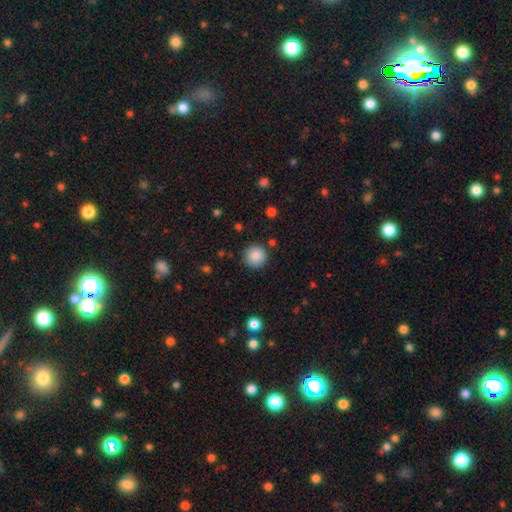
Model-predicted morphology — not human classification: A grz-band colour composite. It shows a smooth galaxy with no disk features (87%) that is round (95%). Merging: none (88%).